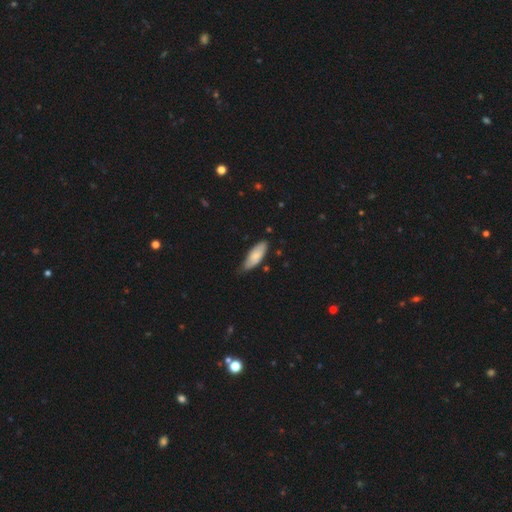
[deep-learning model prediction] smooth 76%, featured or disk 18%, star or artifact 6%. Down the decision tree: how rounded — in between (70%); merging — none (67%).